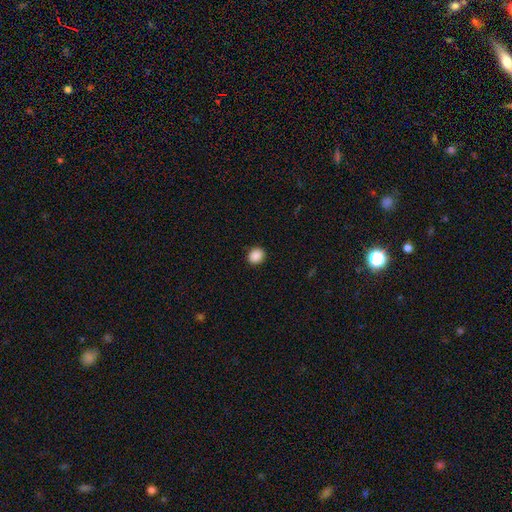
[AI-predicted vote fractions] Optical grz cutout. It shows a smooth galaxy with no disk features (89%) that is round (70%). Merging: none (91%).